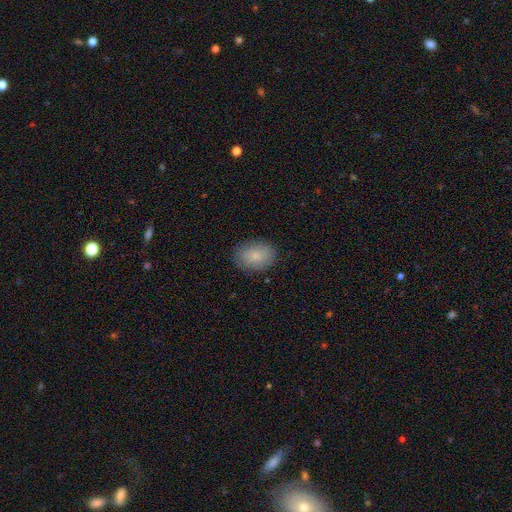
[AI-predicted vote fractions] Smooth or featured: smooth — 82% (featured or disk — 11%)
How rounded: in between — 77% (round — 22%)
Merging: none — 85% (minor disturbance — 11%)